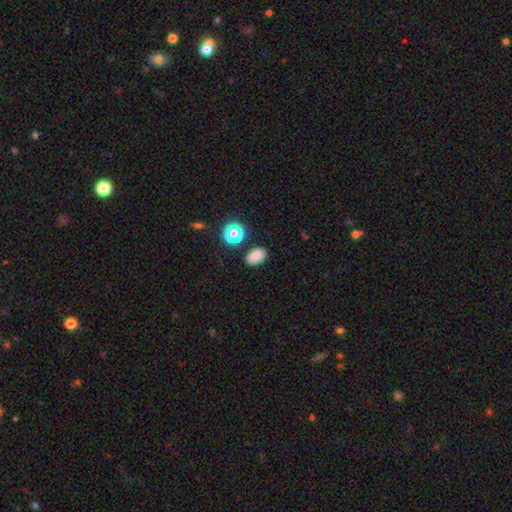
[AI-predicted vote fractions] smooth 81%, star or artifact 13%, featured or disk 6%. Down the decision tree: how rounded — in between (85%); merging — none (82%).